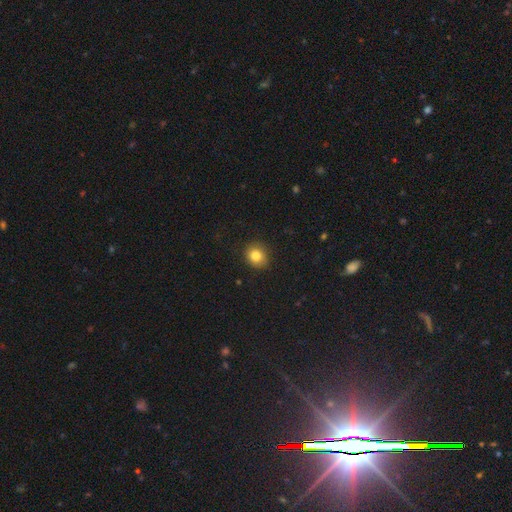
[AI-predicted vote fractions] Smooth or featured? smooth (83%)
How rounded? round (78%)
Merging? none (87%)